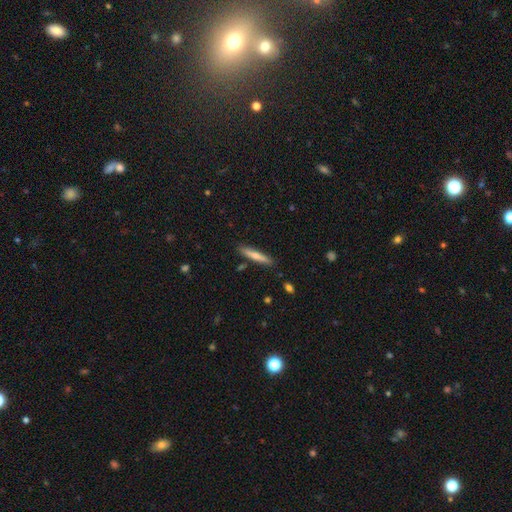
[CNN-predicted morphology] Smooth or featured: smooth — 62% (featured or disk — 32%)
How rounded: cigar-shaped — 92% (in between — 7%)
Merging: none — 88% (minor disturbance — 9%)